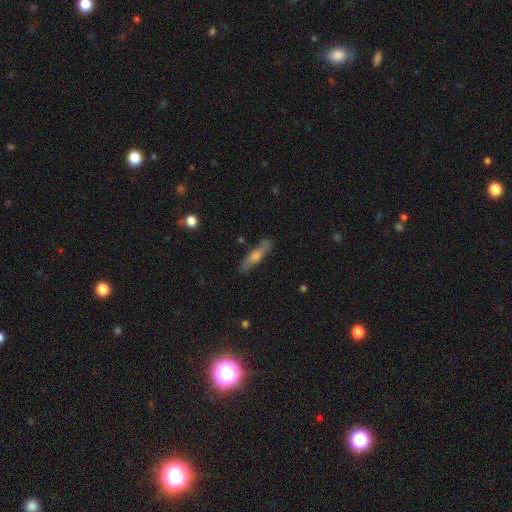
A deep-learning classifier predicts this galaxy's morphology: This appears to be a featured or disk galaxy (48%). Merging: none (81%).